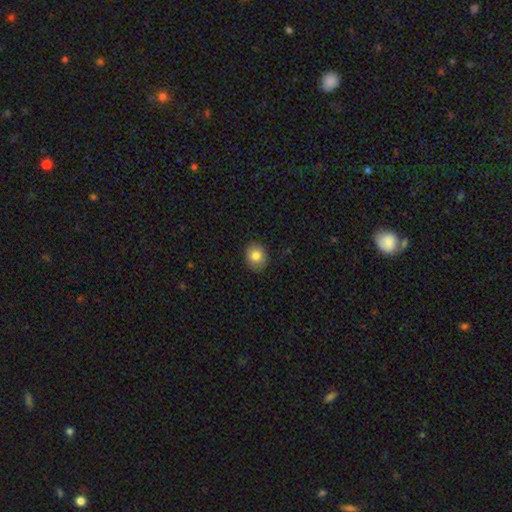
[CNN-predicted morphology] smooth 83%, star or artifact 9%, featured or disk 9%. Down the decision tree: how rounded — round (56%); merging — none (86%).